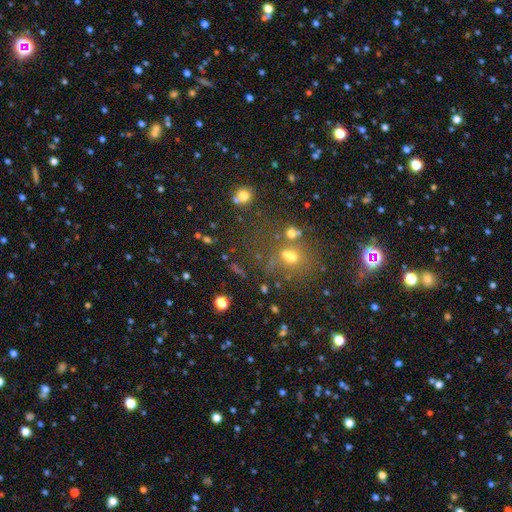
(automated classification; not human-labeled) Smooth or featured? Predicted: star or artifact (p=0.48).